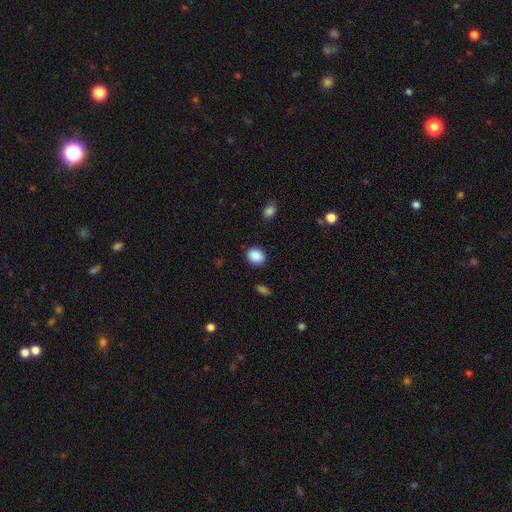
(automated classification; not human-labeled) Smooth or featured? Predicted: smooth (p=0.89). How rounded? Predicted: round (p=0.59). Merging? Predicted: none (p=0.87).